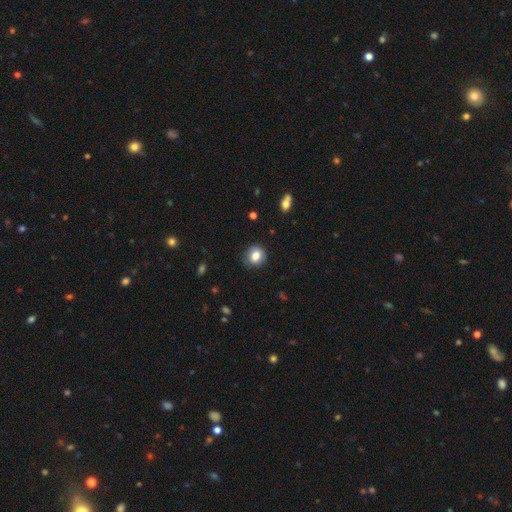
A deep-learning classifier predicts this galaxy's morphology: Smooth or featured: smooth — 83% (star or artifact — 9%)
How rounded: round — 81% (in between — 18%)
Merging: none — 87% (minor disturbance — 10%)